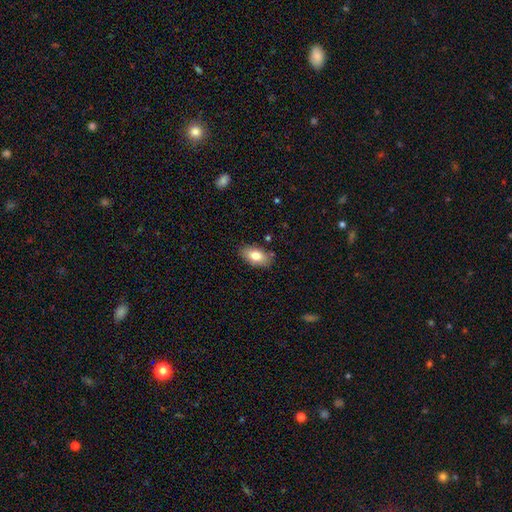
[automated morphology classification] smooth 79%, featured or disk 14%, star or artifact 7%. Down the decision tree: how rounded — in between (92%); merging — none (82%).